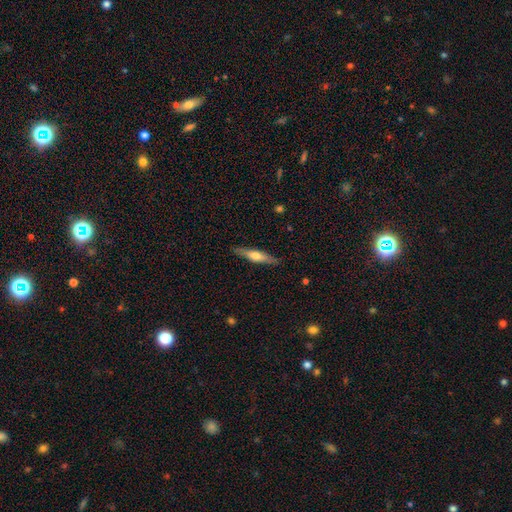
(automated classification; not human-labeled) The model was most divided on "smooth or featured": featured or disk: 52%, smooth: 43%, star or artifact: 6%. More confident: edge-on disk — yes (91%); merging — none (88%).